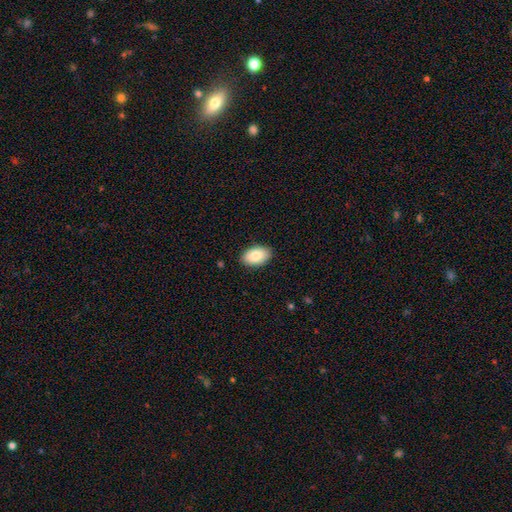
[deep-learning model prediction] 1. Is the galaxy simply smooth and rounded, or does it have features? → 86% smooth, 8% featured or disk, 6% star or artifact.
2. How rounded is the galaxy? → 93% in between, 6% round, 1% cigar-shaped.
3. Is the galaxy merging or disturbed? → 88% none, 9% minor disturbance, 2% major disturbance, 1% merger.